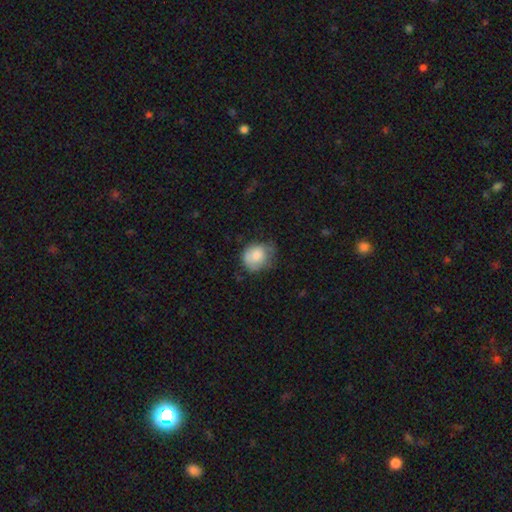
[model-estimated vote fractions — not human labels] This is likely a smooth galaxy (79%). How rounded: likely round (63%). Merging: possibly none (47%).